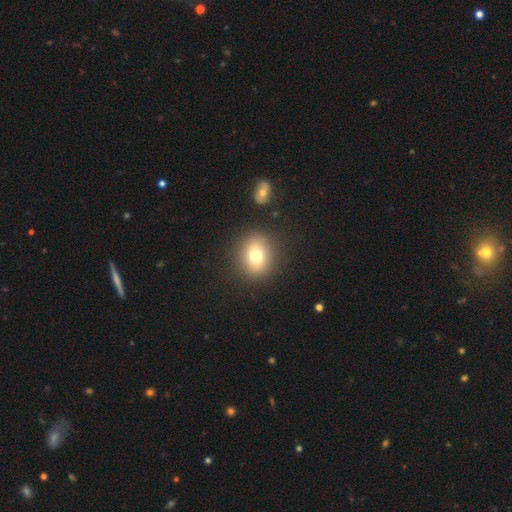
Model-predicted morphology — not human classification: smooth 74%, featured or disk 14%, star or artifact 12%. Down the decision tree: how rounded — round (72%); merging — none (87%).